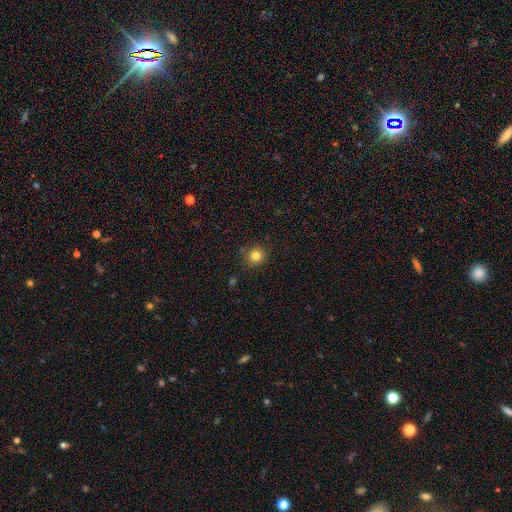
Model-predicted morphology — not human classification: A smooth galaxy with no disk features (82%) that is round (91%).

Vote fractions:
- Smooth or featured? smooth: 82% / star or artifact: 13% / featured or disk: 6%
- How rounded? round: 91% / in between: 8% / cigar-shaped: 1%
- Merging? none: 88% / minor disturbance: 8% / major disturbance: 2% / merger: 2%